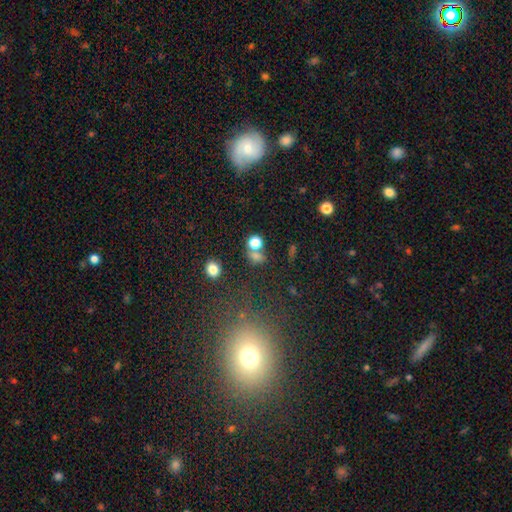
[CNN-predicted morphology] smooth_or_featured: smooth (p=0.72) [alt: star or artifact p=0.19]
how_rounded: round (p=0.62) [alt: in between p=0.36]
merging: none (p=0.47) [alt: merger p=0.35]